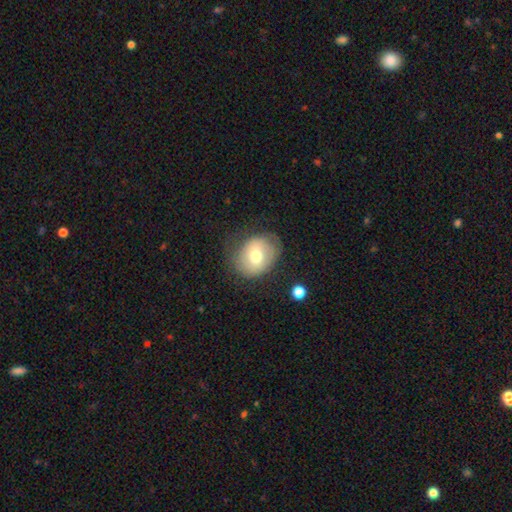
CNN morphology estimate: Overall: smooth (64%; featured or disk 28%). How rounded: round (53%; in between 47%). Merging: none (63%; minor disturbance 24%).